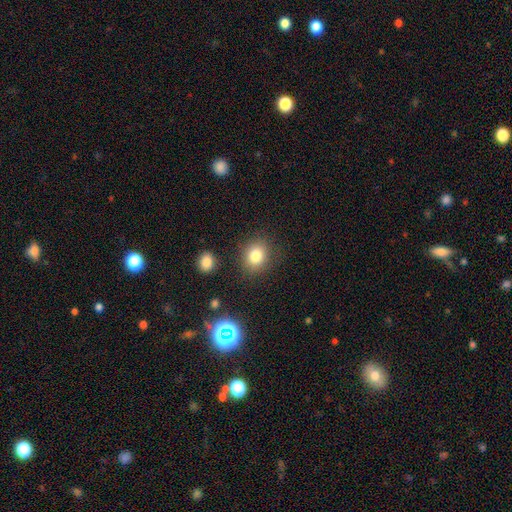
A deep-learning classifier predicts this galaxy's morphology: Smooth or featured: smooth — 81% (star or artifact — 12%)
How rounded: round — 63% (in between — 36%)
Merging: none — 83% (minor disturbance — 10%)